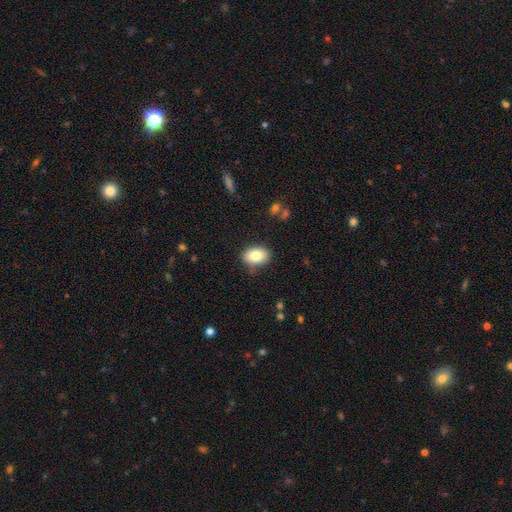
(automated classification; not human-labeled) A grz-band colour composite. It shows a smooth galaxy with no disk features (82%) that is in between round and cigar-shaped (83%). Merging: none (82%).